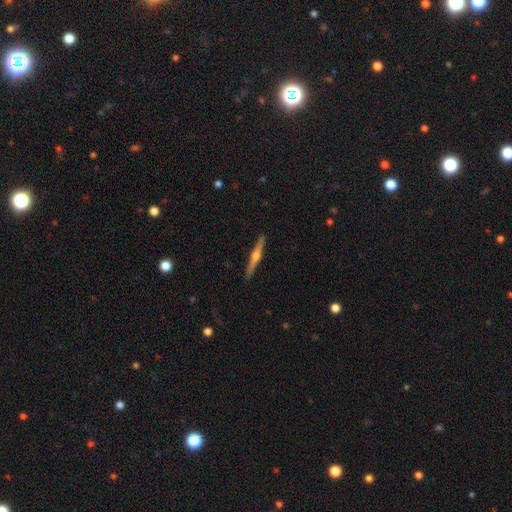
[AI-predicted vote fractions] A featured or disk galaxy (77%) viewed edge-on (98%) with a rounded central bulge (94%). Merging: none (92%).